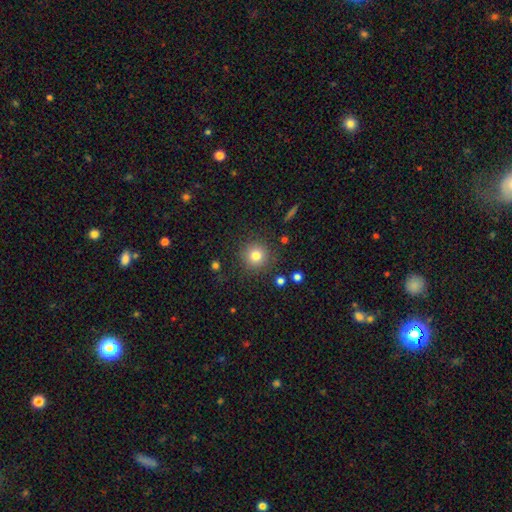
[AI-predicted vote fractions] A smooth galaxy with no disk features (79%) that is round (94%).

Vote fractions:
- Smooth or featured? smooth: 79% / star or artifact: 13% / featured or disk: 8%
- How rounded? round: 94% / in between: 5% / cigar-shaped: 1%
- Merging? none: 87% / minor disturbance: 8% / major disturbance: 3% / merger: 2%